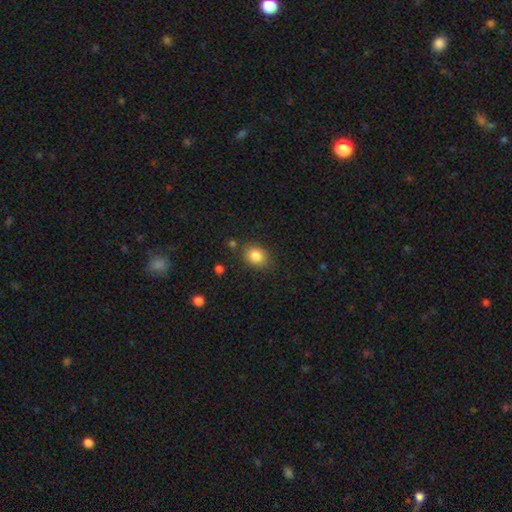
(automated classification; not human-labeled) This is clearly a smooth galaxy (85%). How rounded: possibly round (52%). Merging: likely none (80%).